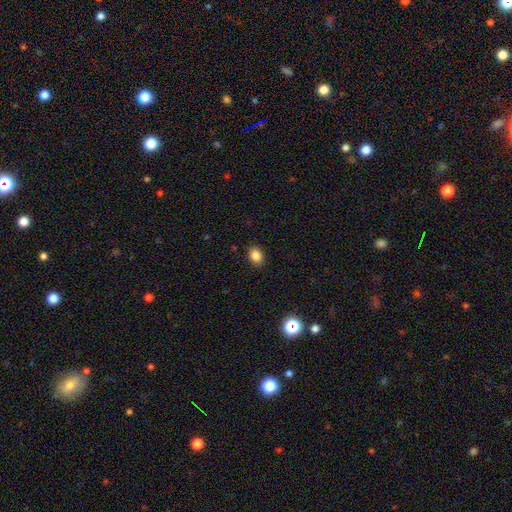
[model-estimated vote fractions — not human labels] This is clearly a smooth galaxy (85%). How rounded: likely in between (62%). Merging: clearly none (89%).